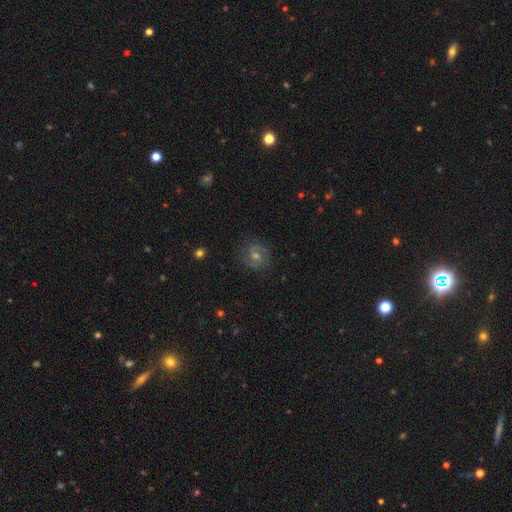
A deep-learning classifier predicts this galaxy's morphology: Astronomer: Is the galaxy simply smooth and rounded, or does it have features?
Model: featured or disk — 61%.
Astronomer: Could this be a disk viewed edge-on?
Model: no — 97%.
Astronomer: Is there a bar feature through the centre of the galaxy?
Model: no — 54% (runner-up: weak, 38%).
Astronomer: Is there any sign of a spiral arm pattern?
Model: yes — 89%.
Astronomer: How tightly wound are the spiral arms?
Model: tight — 47% (runner-up: medium, 41%).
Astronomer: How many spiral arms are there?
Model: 2 — 69%.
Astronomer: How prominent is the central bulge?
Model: moderate — 58% (runner-up: small, 34%).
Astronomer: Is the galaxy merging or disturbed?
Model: none — 83%.